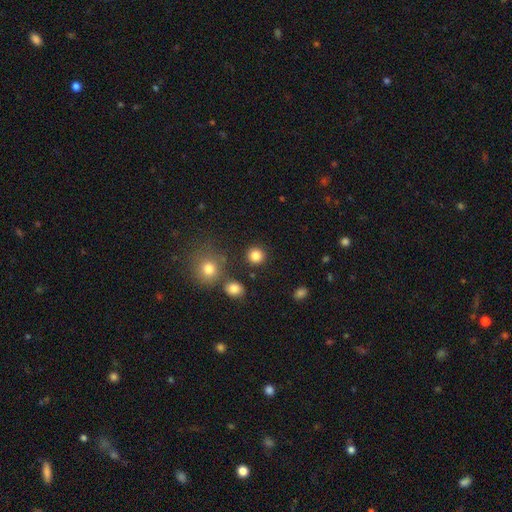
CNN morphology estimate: smooth_or_featured: smooth (p=0.84) [alt: star or artifact p=0.12]
how_rounded: round (p=0.92) [alt: in between p=0.07]
merging: none (p=0.88) [alt: minor disturbance p=0.06]